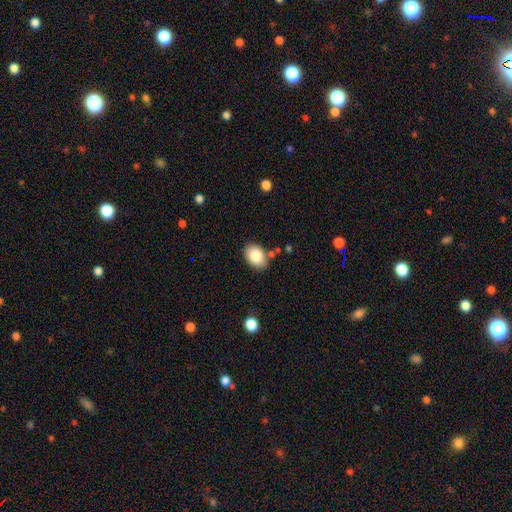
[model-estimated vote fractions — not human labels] smooth-or-featured: smooth: 86% | star or artifact: 7% | featured or disk: 7%
  how-rounded: in between: 78% | round: 21% | cigar-shaped: 1%
  merging: none: 80% | minor disturbance: 13% | merger: 4% | major disturbance: 3%